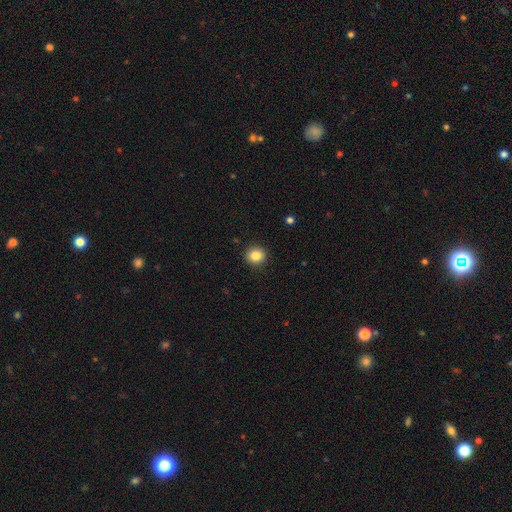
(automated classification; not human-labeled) The model was most divided on "smooth or featured": smooth: 85%, star or artifact: 10%, featured or disk: 5%. More confident: merging — none (91%); how rounded — round (89%).